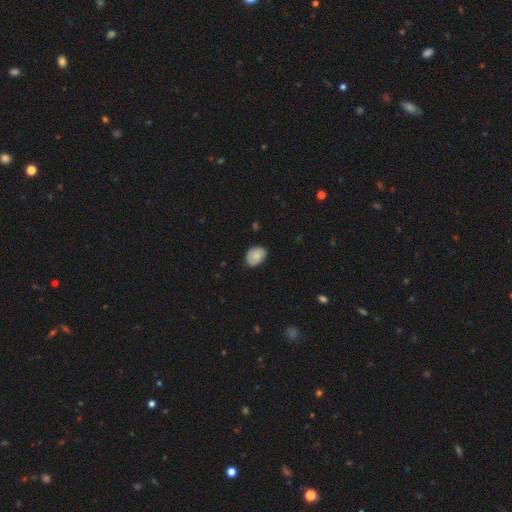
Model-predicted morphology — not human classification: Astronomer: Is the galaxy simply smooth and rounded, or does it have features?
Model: smooth — 76%.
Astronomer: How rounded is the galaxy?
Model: in between — 69%.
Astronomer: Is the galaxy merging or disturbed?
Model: none — 76%.